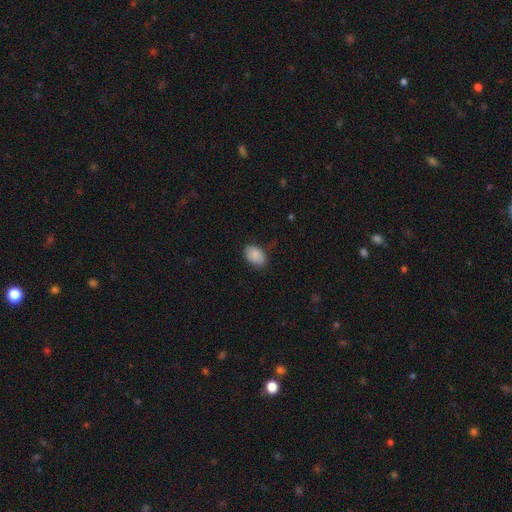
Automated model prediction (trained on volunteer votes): Overall: smooth (87%). How rounded: in between (88%). Merging: none (78%).